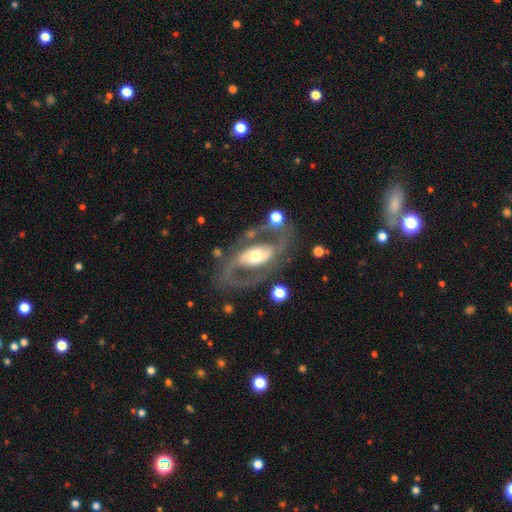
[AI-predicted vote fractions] Smooth or featured? featured or disk (80%)
Edge-on disk? no (94%)
Bar? no (41%)
Spiral arms? yes (71%)
Spiral winding? medium (48%)
Spiral arm count? 2 (83%)
Bulge size? moderate (64%)
Merging? none (63%)